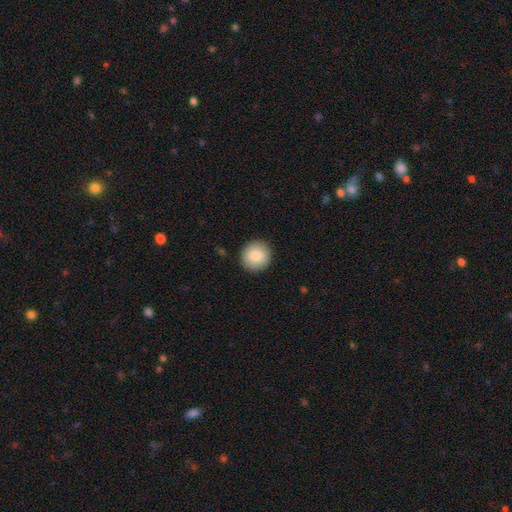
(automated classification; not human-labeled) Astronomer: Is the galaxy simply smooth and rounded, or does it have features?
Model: smooth — 86%.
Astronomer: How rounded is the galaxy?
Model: round — 92%.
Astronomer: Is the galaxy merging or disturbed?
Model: none — 91%.